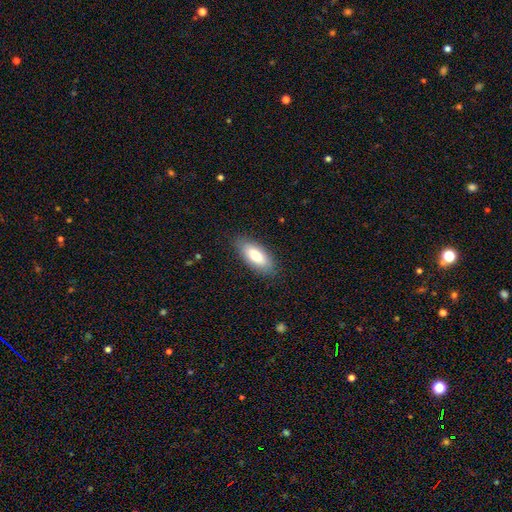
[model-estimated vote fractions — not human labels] Q: Smooth or featured?
A: smooth (80%); runner-up: featured or disk (14%)
Q: How rounded?
A: in between (82%); runner-up: cigar-shaped (16%)
Q: Merging?
A: none (85%); runner-up: minor disturbance (11%)